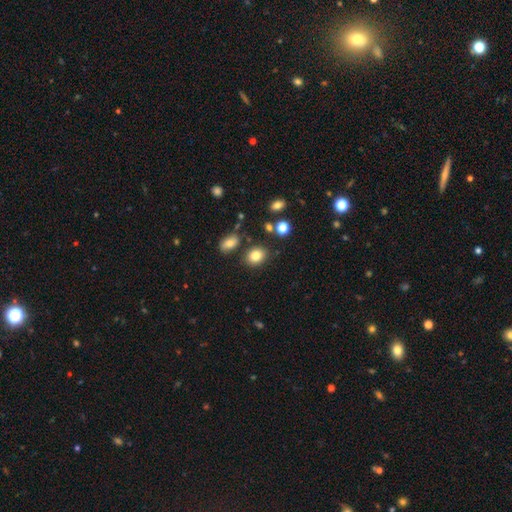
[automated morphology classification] Smooth or featured? smooth (82%)
How rounded? in between (55%)
Merging? none (80%)